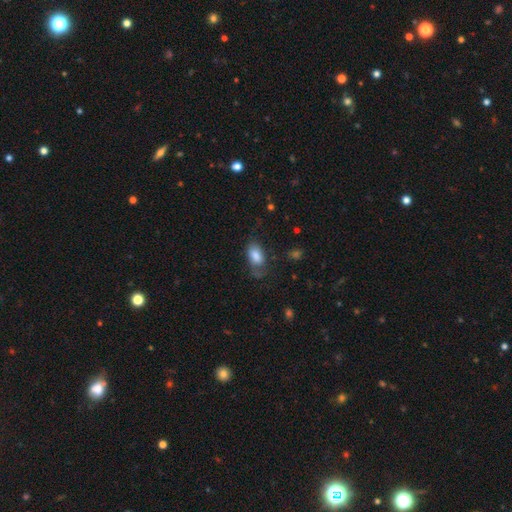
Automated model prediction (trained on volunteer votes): This is clearly a smooth galaxy (80%). How rounded: clearly in between (92%). Merging: possibly none (51%).